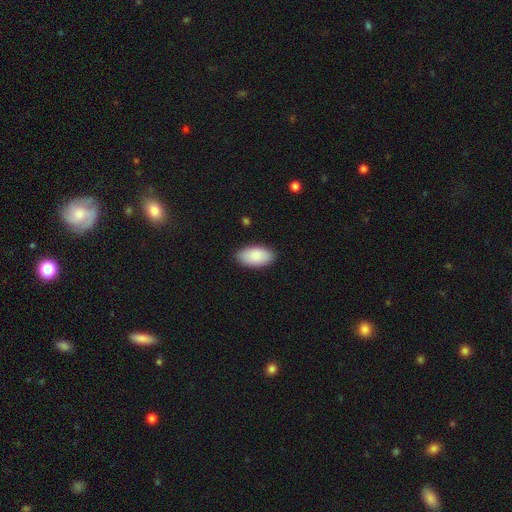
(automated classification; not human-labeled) smooth_or_featured: smooth (p=0.89) [alt: featured or disk p=0.06]
how_rounded: in between (p=0.96) [alt: round p=0.02]
merging: none (p=0.88) [alt: minor disturbance p=0.09]